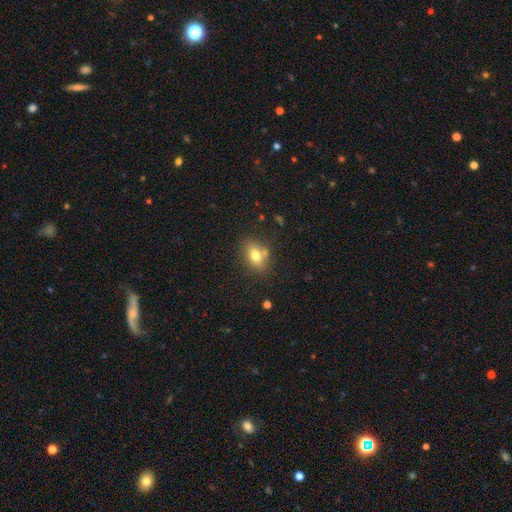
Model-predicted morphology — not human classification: Smooth or featured?
  - smooth: 76% *
  - featured or disk: 14%
  - star or artifact: 11%
How rounded?
  - in between: 73% *
  - round: 25%
  - cigar-shaped: 2%
Merging?
  - none: 68% *
  - minor disturbance: 15%
  - merger: 13%
  - major disturbance: 4%